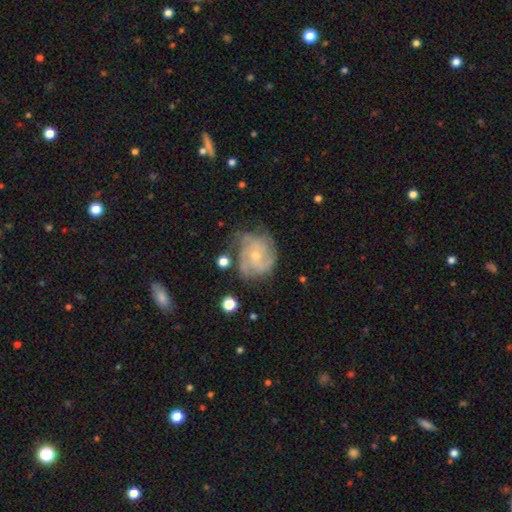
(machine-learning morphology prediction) type=featured or disk (79%); edge-on=no (98%); bar=no (73%); spiral arms=yes (93%); winding=tight (47%); arm count=3 (36%); bulge=small (68%); merging=none (62%).